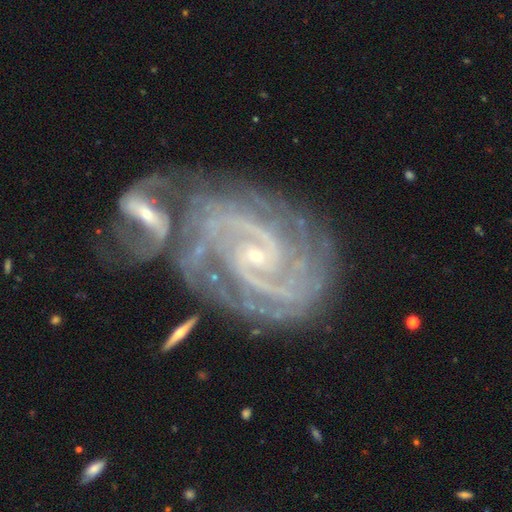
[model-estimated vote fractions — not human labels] A featured or disk galaxy (93%) with no bar (39%), 2 (46%) tight (69%) spiral arms (99%) and a small central bulge (85%). Merging: merger (59%).